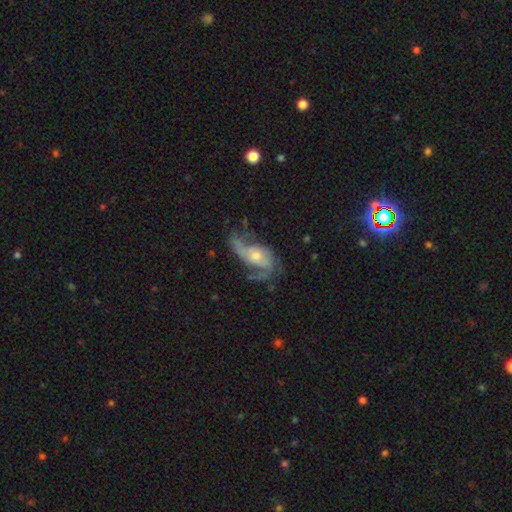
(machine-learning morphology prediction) Q: Smooth or featured?
A: featured or disk (81%); runner-up: smooth (13%)
Q: Edge-on disk?
A: no (95%); runner-up: yes (5%)
Q: Bar?
A: no (65%); runner-up: weak (27%)
Q: Spiral arms?
A: yes (92%); runner-up: no (8%)
Q: Spiral winding?
A: loose (46%); runner-up: medium (39%)
Q: Spiral arm count?
A: 2 (58%); runner-up: 3 (17%)
Q: Bulge size?
A: moderate (50%); runner-up: small (42%)
Q: Merging?
A: none (49%); runner-up: major disturbance (25%)